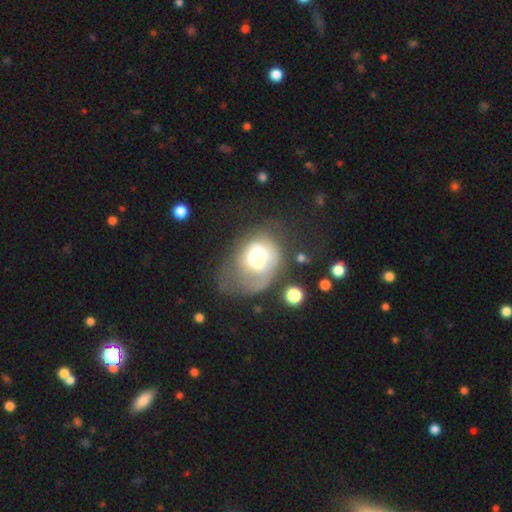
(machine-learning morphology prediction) A smooth galaxy with no disk features (49%). Merging: major disturbance (44%).